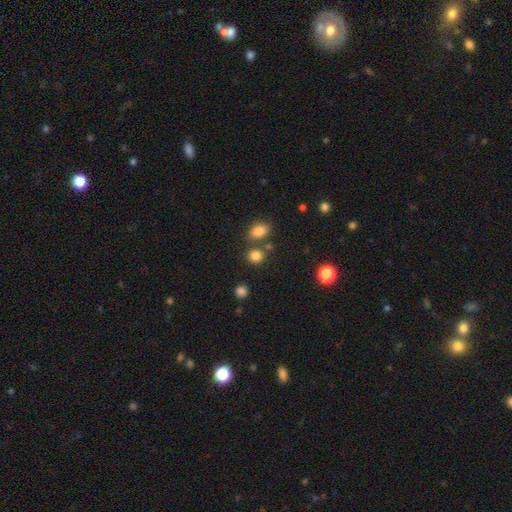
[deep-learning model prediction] smooth-or-featured: smooth: 83% | star or artifact: 12% | featured or disk: 5%
  how-rounded: round: 72% | in between: 27% | cigar-shaped: 1%
  merging: none: 69% | merger: 17% | minor disturbance: 10% | major disturbance: 4%